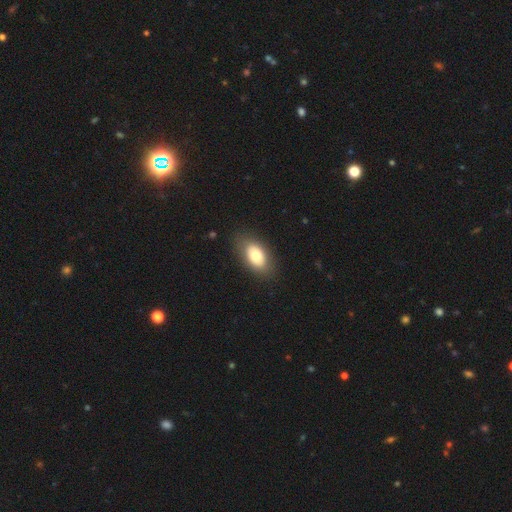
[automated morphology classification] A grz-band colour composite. It shows a smooth galaxy with no disk features (72%) that is in between round and cigar-shaped (91%). Merging: none (83%).